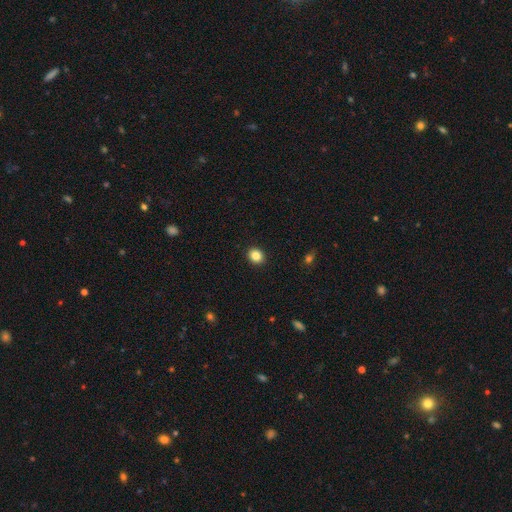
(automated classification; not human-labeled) smooth 85%, star or artifact 10%, featured or disk 5%. Down the decision tree: how rounded — round (66%); merging — none (92%).